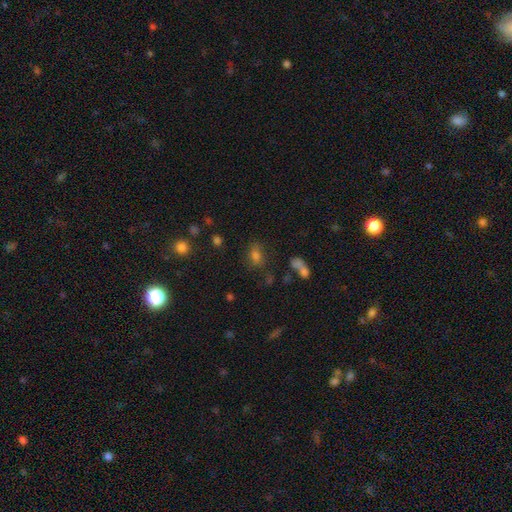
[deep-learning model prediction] Smooth or featured?
  - smooth: 70% *
  - star or artifact: 19%
  - featured or disk: 11%
How rounded?
  - in between: 64% *
  - round: 33%
  - cigar-shaped: 3%
Merging?
  - none: 69% *
  - minor disturbance: 16%
  - major disturbance: 8%
  - merger: 7%